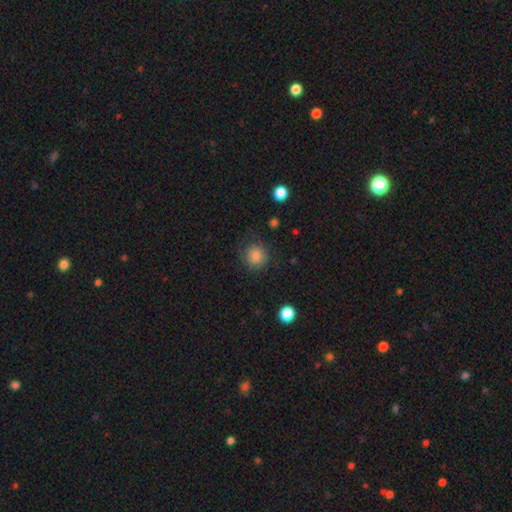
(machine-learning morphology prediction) smooth_or_featured: smooth (p=0.83) [alt: star or artifact p=0.11]
how_rounded: round (p=0.92) [alt: in between p=0.07]
merging: none (p=0.82) [alt: minor disturbance p=0.12]